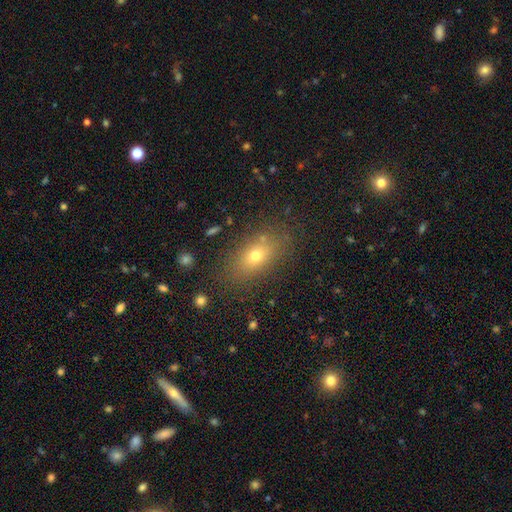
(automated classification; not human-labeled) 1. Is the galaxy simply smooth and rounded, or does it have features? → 70% smooth, 16% featured or disk, 14% star or artifact.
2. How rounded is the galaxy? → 79% in between, 14% round, 7% cigar-shaped.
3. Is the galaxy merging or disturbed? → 82% none, 11% minor disturbance, 5% major disturbance, 3% merger.